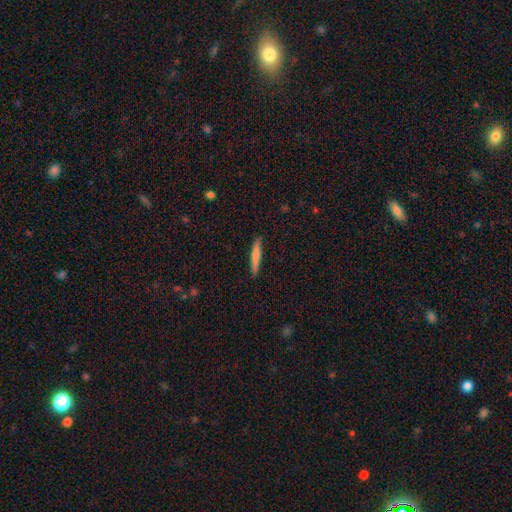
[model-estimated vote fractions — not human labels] This is likely a smooth galaxy (66%). How rounded: clearly cigar-shaped (93%). Merging: clearly none (90%).